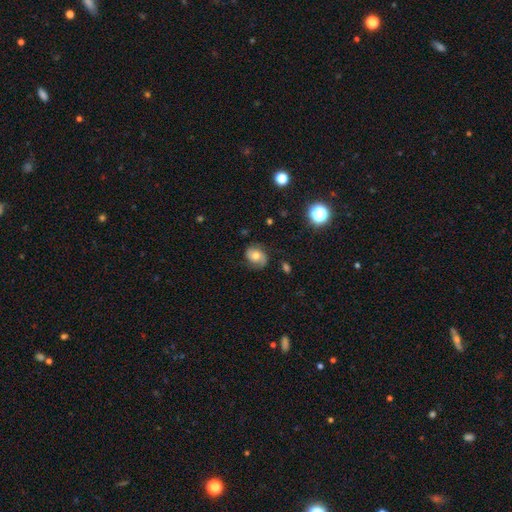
Overall: smooth (50%; featured or disk 47%). How rounded: in between (72%). Merging: none (74%).